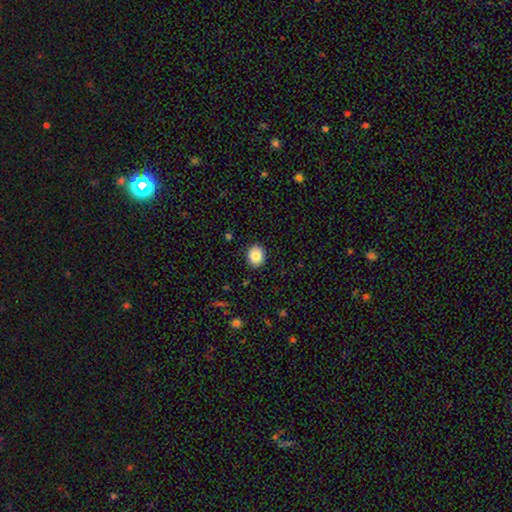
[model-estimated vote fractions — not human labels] Smooth or featured?
  - smooth: 85% *
  - star or artifact: 9%
  - featured or disk: 6%
How rounded?
  - round: 78% *
  - in between: 21%
  - cigar-shaped: 1%
Merging?
  - none: 91% *
  - minor disturbance: 6%
  - major disturbance: 2%
  - merger: 1%